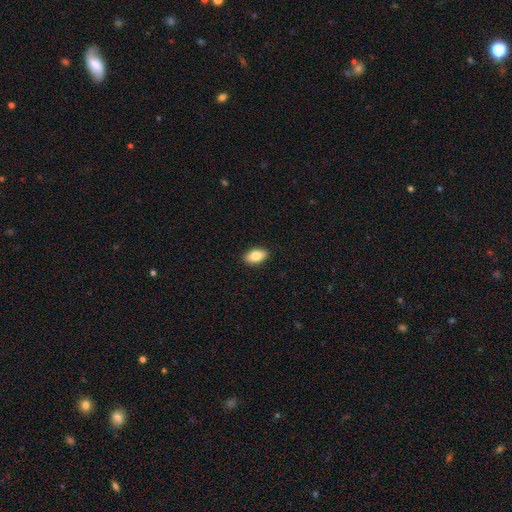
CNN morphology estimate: smooth_or_featured: smooth (p=0.83) [alt: featured or disk p=0.10]
how_rounded: in between (p=0.91) [alt: round p=0.06]
merging: none (p=0.90) [alt: minor disturbance p=0.07]